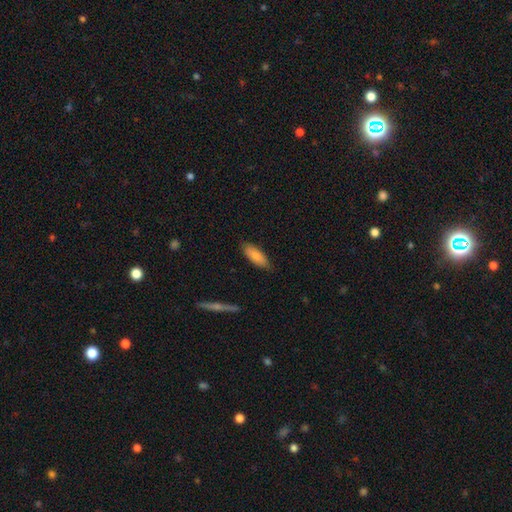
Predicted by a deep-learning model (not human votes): This is clearly a smooth galaxy (83%). How rounded: likely in between (69%). Merging: clearly none (83%).